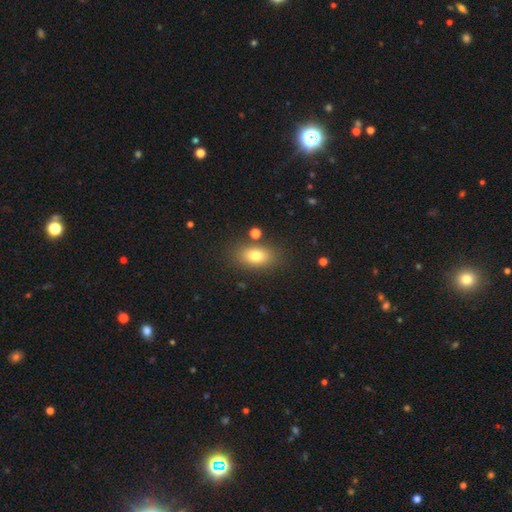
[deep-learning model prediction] This appears to be a smooth galaxy with no disk features (78%) that is in between round and cigar-shaped (83%). Merging: none (80%).